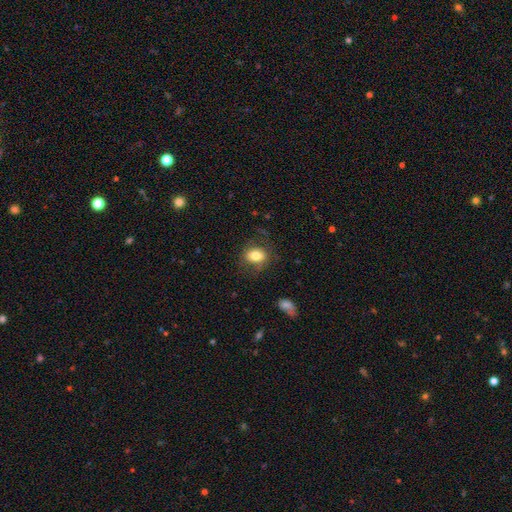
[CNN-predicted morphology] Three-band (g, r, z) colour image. It shows a smooth galaxy with no disk features (76%) that is in between round and cigar-shaped (63%). Merging: none (72%).